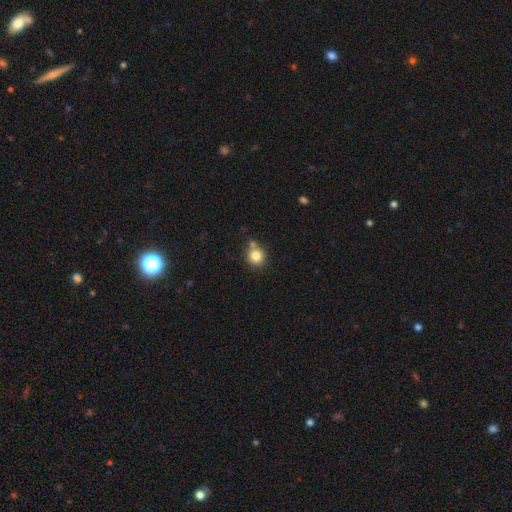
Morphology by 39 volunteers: type=smooth (85%); roundness=round (94%); merging=none (62%).